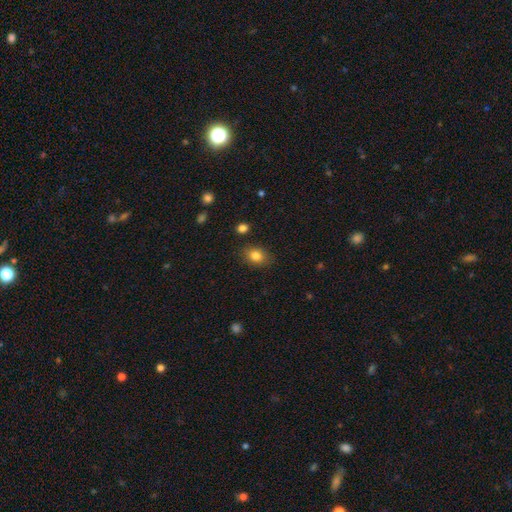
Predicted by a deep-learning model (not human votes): This is clearly a smooth galaxy (83%). How rounded: likely in between (63%). Merging: clearly none (85%).